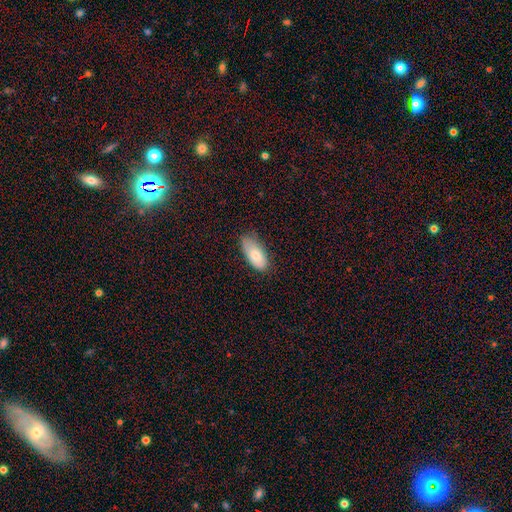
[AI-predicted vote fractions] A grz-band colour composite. It shows a smooth galaxy with no disk features (78%) that is in between round and cigar-shaped (91%). Merging: none (65%).